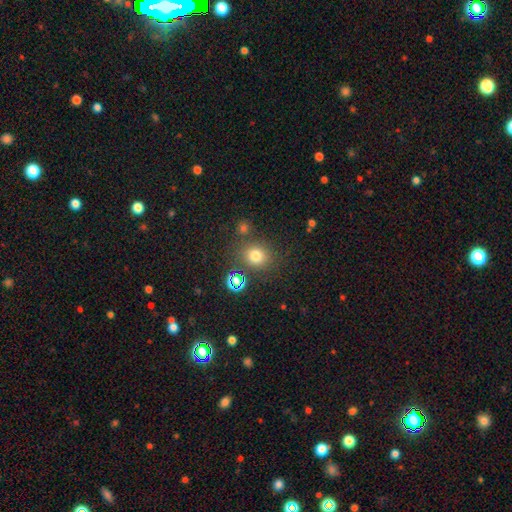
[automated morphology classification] smooth_or_featured: smooth (p=0.73) [alt: star or artifact p=0.20]
how_rounded: round (p=0.80) [alt: in between p=0.19]
merging: none (p=0.77) [alt: minor disturbance p=0.10]